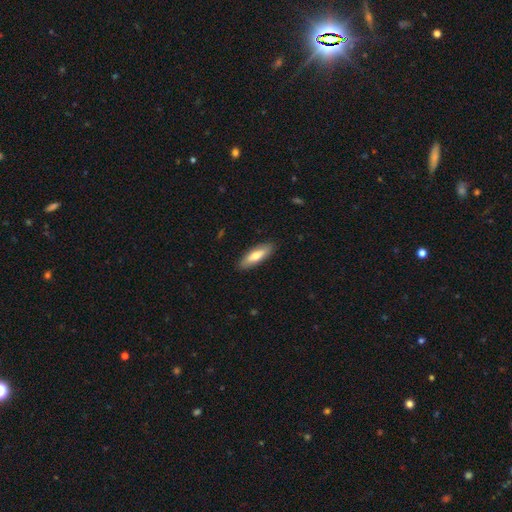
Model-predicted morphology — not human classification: Smooth or featured: smooth — 69% (featured or disk — 26%)
How rounded: in between — 53% (cigar-shaped — 45%)
Merging: none — 89% (minor disturbance — 9%)